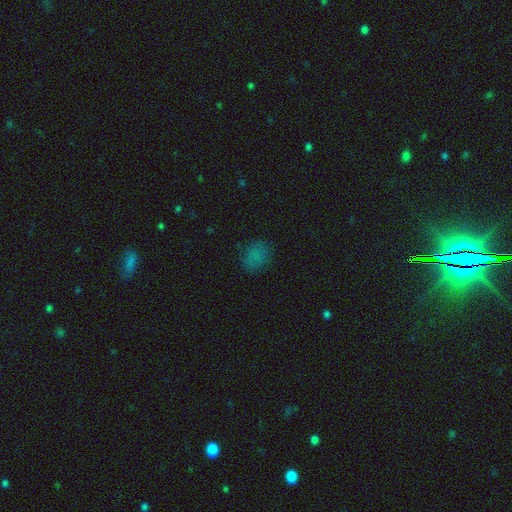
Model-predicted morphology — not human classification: Smooth or featured?
  - smooth: 76% *
  - star or artifact: 18%
  - featured or disk: 6%
How rounded?
  - round: 50% *
  - in between: 49%
  - cigar-shaped: 1%
Merging?
  - none: 80% *
  - minor disturbance: 15%
  - major disturbance: 4%
  - merger: 1%